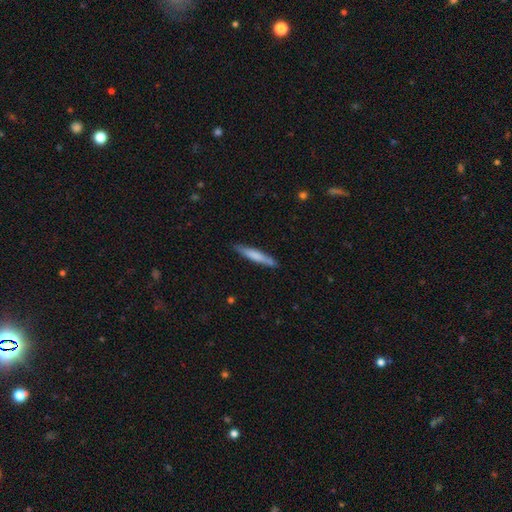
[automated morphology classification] A smooth galaxy with no disk features (68%) that is cigar-shaped (93%). Merging: none (85%).